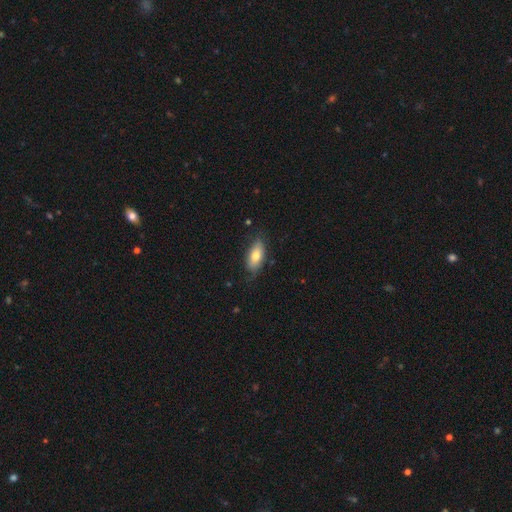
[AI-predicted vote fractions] Smooth or featured? Predicted: smooth (p=0.74). How rounded? Predicted: in between (p=0.86). Merging? Predicted: none (p=0.71).